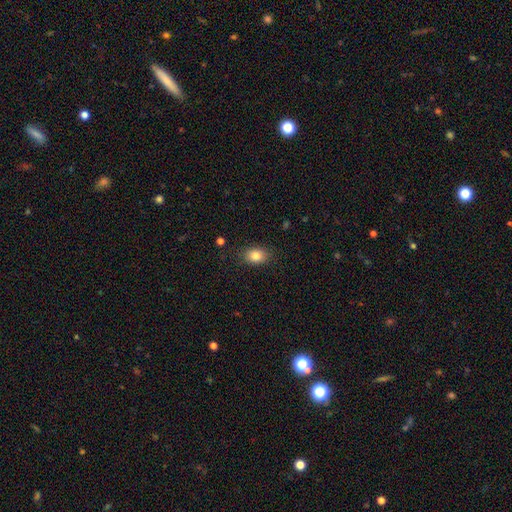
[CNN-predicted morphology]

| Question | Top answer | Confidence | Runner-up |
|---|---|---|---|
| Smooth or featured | smooth | 84% | star or artifact (9%) |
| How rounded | in between | 72% | round (27%) |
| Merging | none | 85% | minor disturbance (11%) |